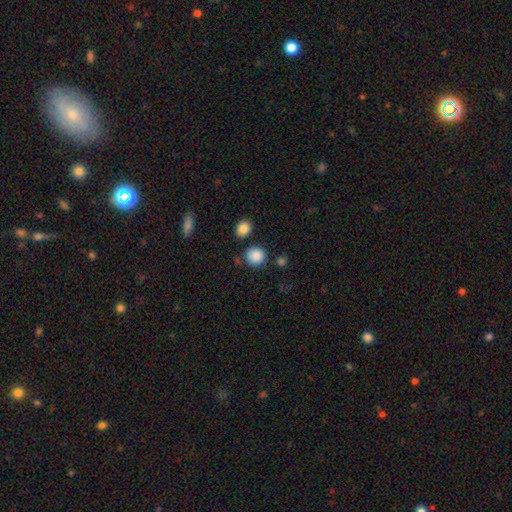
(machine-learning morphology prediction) smooth_or_featured: smooth (p=0.87) [alt: star or artifact p=0.09]
how_rounded: round (p=0.84) [alt: in between p=0.15]
merging: none (p=0.79) [alt: minor disturbance p=0.11]